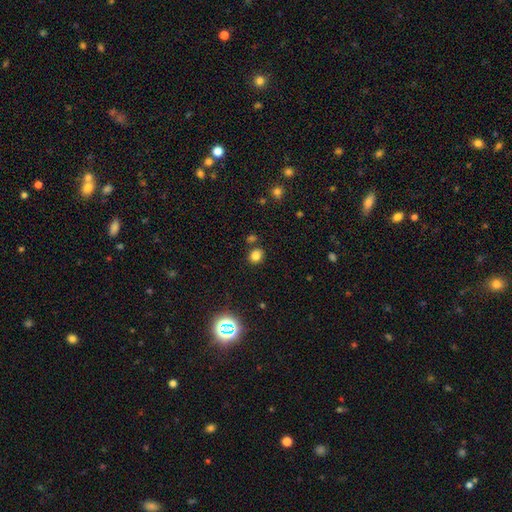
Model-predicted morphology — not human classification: The model was most divided on "how rounded": round: 73%, in between: 26%, cigar-shaped: 1%. More confident: merging — none (81%); smooth or featured — smooth (79%).